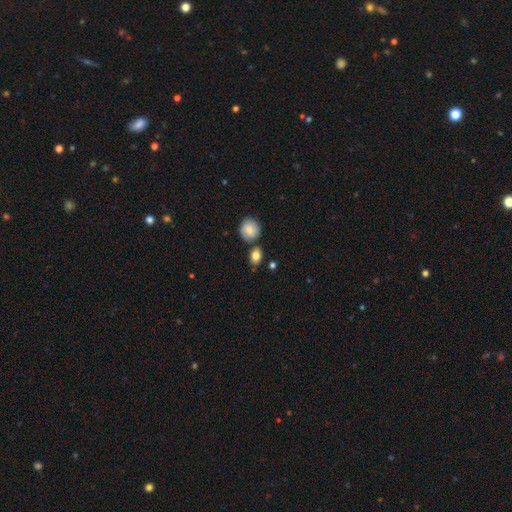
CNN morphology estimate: A smooth galaxy with no disk features (83%) that is in between round and cigar-shaped (60%).

Vote fractions:
- Smooth or featured? smooth: 83% / star or artifact: 9% / featured or disk: 8%
- How rounded? in between: 60% / round: 37% / cigar-shaped: 2%
- Merging? none: 71% / merger: 13% / minor disturbance: 12% / major disturbance: 3%